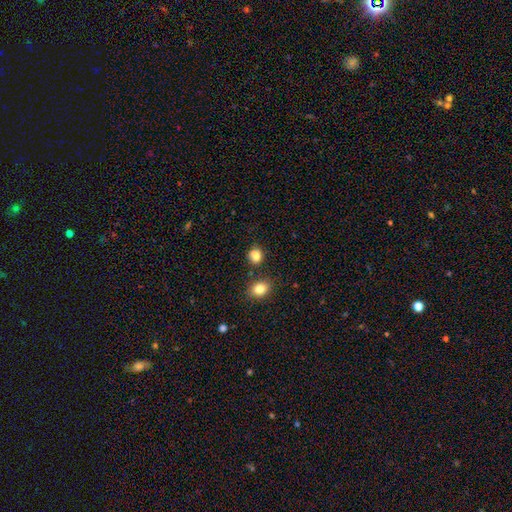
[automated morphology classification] This is clearly a smooth galaxy (84%). How rounded: possibly round (57%). Merging: likely none (75%).